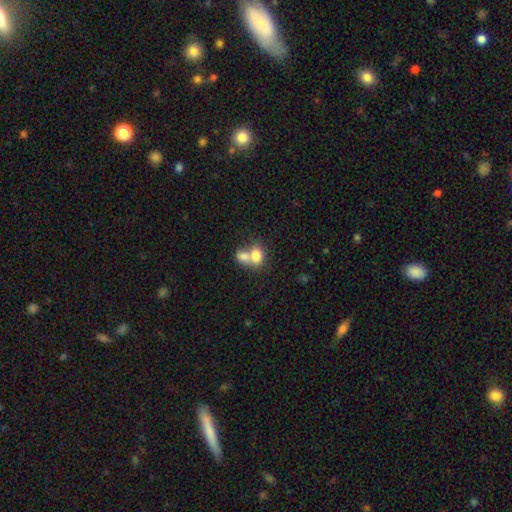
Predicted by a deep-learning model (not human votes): smooth_or_featured: smooth (p=0.76) [alt: featured or disk p=0.15]
how_rounded: in between (p=0.55) [alt: round p=0.44]
merging: merger (p=0.66) [alt: none p=0.23]